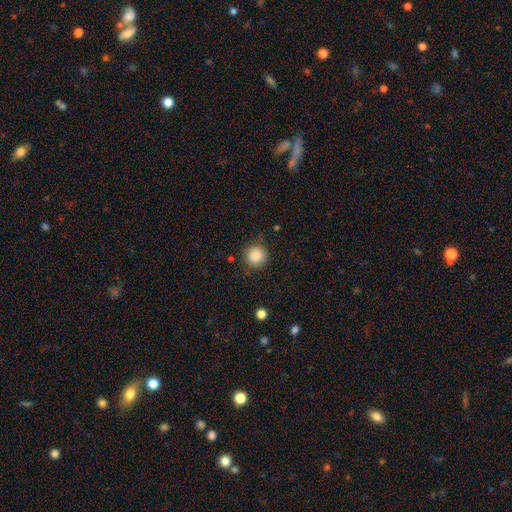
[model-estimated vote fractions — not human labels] Smooth or featured: smooth — 86% (star or artifact — 10%)
How rounded: round — 94% (in between — 5%)
Merging: none — 86% (minor disturbance — 9%)